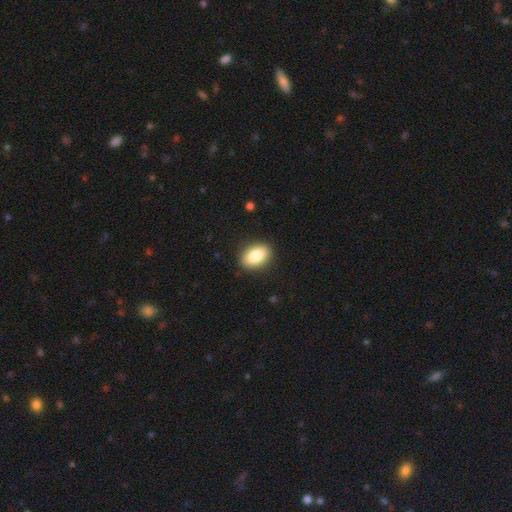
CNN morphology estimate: This is clearly a smooth galaxy (84%). How rounded: clearly in between (86%). Merging: clearly none (89%).